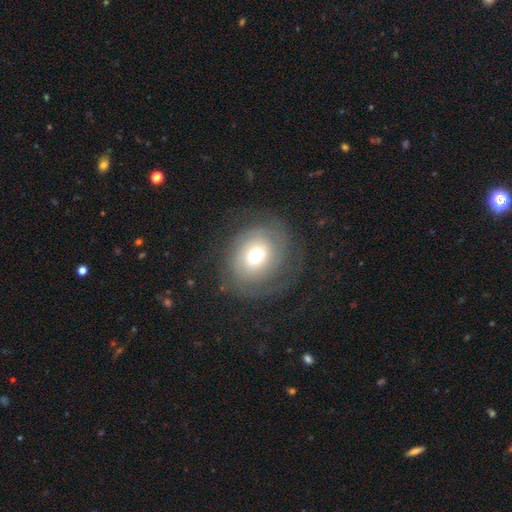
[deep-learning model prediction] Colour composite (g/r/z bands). It shows a featured or disk galaxy (52%) with no bar (79%), spiral arms (68%) and a moderate central bulge (62%). Merging: none (64%).